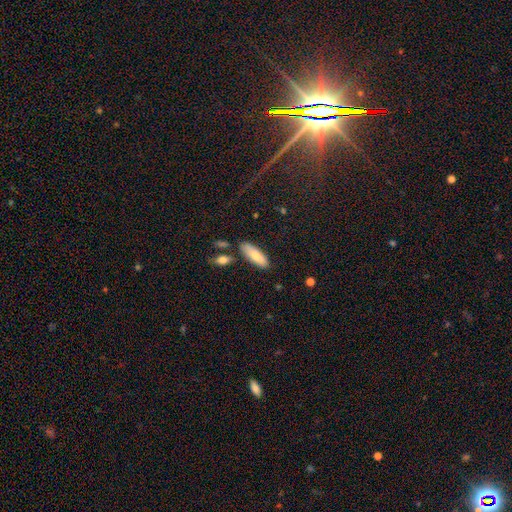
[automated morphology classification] This appears to be a smooth galaxy with no disk features (79%) that is in between round and cigar-shaped (60%). Merging: none (79%).